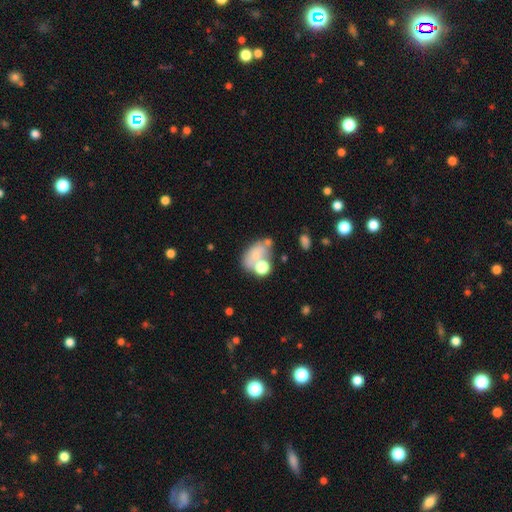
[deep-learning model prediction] This appears to be a smooth galaxy with no disk features (59%) that is in between round and cigar-shaped (76%). Merging: none (34%, tied with merger).